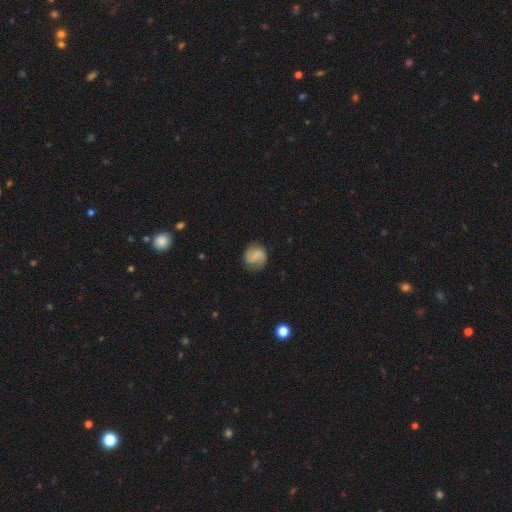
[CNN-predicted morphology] Smooth or featured?
  - smooth: 47% *
  - featured or disk: 45%
  - star or artifact: 8%
Merging?
  - none: 73% *
  - minor disturbance: 19%
  - major disturbance: 7%
  - merger: 1%